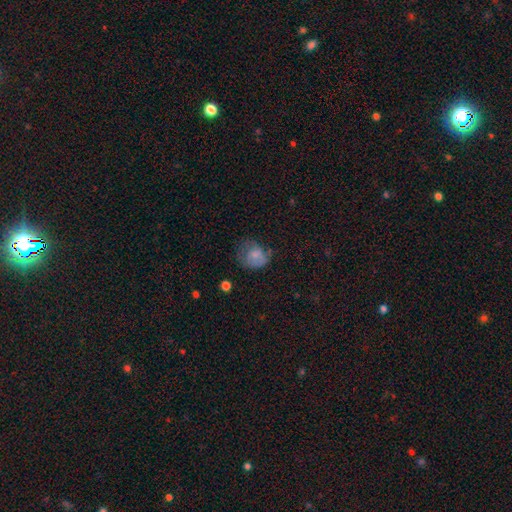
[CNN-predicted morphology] smooth-or-featured: smooth: 69% | featured or disk: 21% | star or artifact: 10%
  how-rounded: round: 62% | in between: 38% | cigar-shaped: 1%
  merging: none: 38% | minor disturbance: 31% | major disturbance: 29% | merger: 2%